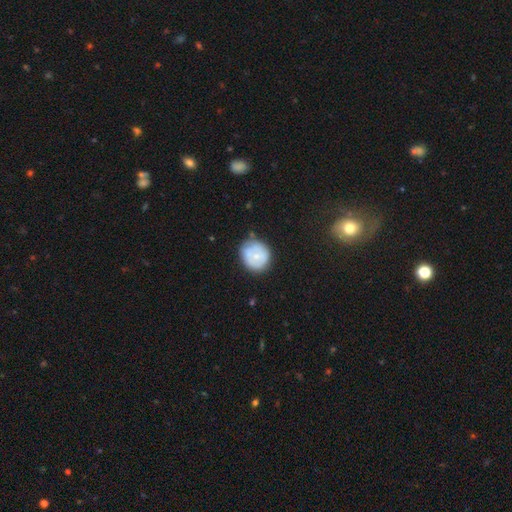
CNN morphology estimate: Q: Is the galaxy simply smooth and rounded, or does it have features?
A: smooth — 59%.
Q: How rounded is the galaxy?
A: round — 84%.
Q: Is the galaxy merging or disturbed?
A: none — 65%.